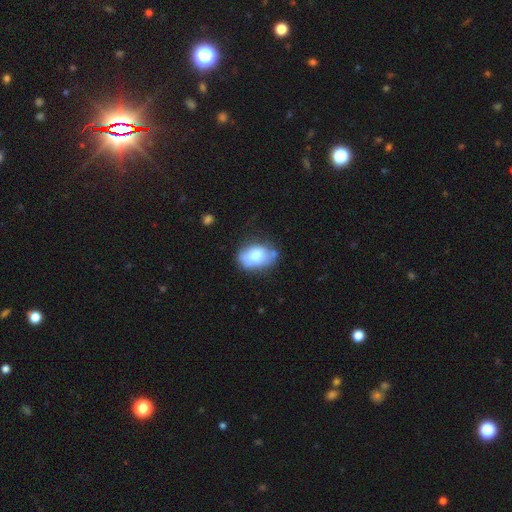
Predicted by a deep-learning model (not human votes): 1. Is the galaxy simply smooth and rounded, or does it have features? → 70% smooth, 23% featured or disk, 8% star or artifact.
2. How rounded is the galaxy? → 85% in between, 13% round, 1% cigar-shaped.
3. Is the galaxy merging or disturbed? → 54% none, 29% minor disturbance, 9% major disturbance, 8% merger.